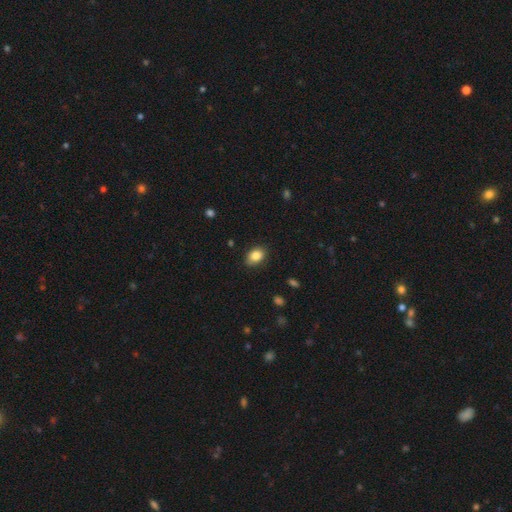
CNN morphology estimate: Smooth or featured? smooth (85%)
How rounded? in between (80%)
Merging? none (84%)